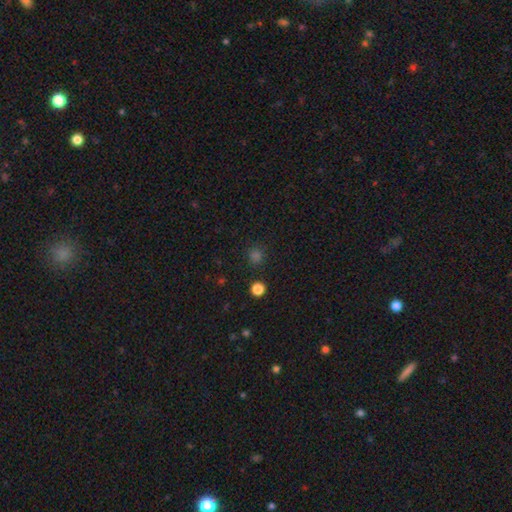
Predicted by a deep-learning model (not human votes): This is likely a smooth galaxy (73%). How rounded: clearly round (91%). Merging: clearly none (88%).